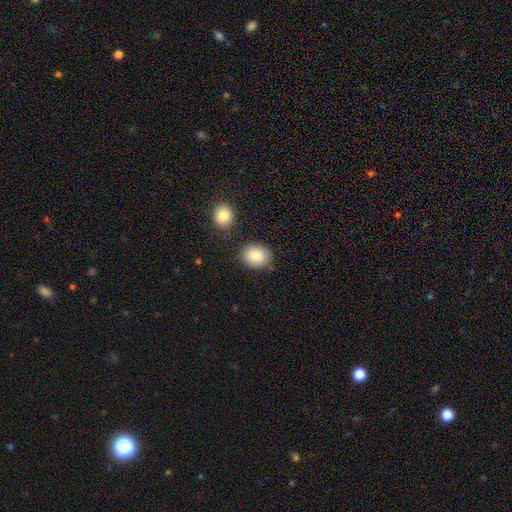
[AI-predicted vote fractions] A smooth galaxy with no disk features (85%) that is round (59%).

Vote fractions:
- Smooth or featured? smooth: 85% / star or artifact: 8% / featured or disk: 7%
- How rounded? round: 59% / in between: 41% / cigar-shaped: 1%
- Merging? none: 79% / minor disturbance: 12% / merger: 6% / major disturbance: 3%